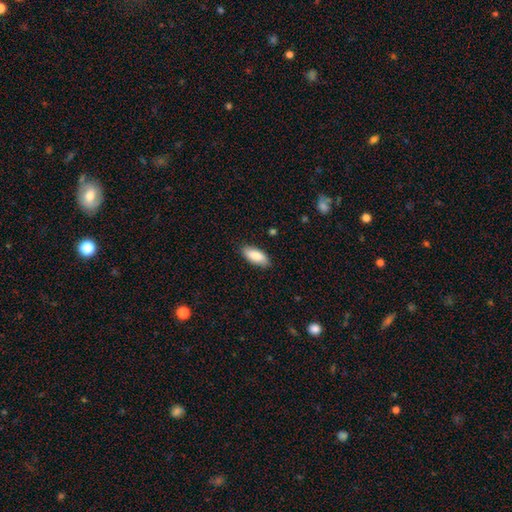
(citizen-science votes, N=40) Smooth or featured? smooth (78%)
How rounded? in between (97%)
Merging? none (97%)